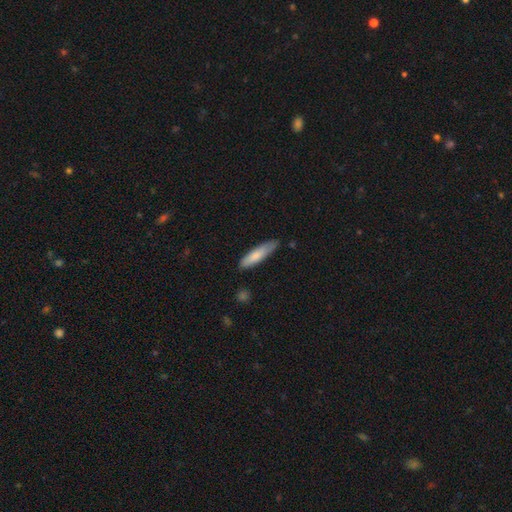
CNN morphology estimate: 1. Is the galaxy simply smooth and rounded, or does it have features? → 78% smooth, 17% featured or disk, 5% star or artifact.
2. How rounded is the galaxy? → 76% cigar-shaped, 23% in between, 1% round.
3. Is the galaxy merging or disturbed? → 73% none, 21% minor disturbance, 3% major disturbance, 2% merger.